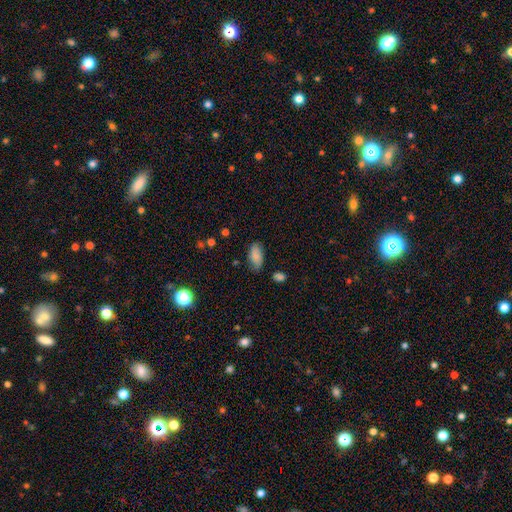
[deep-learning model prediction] Q: Smooth or featured?
A: smooth (83%); runner-up: featured or disk (9%)
Q: How rounded?
A: in between (93%); runner-up: cigar-shaped (4%)
Q: Merging?
A: none (76%); runner-up: minor disturbance (18%)